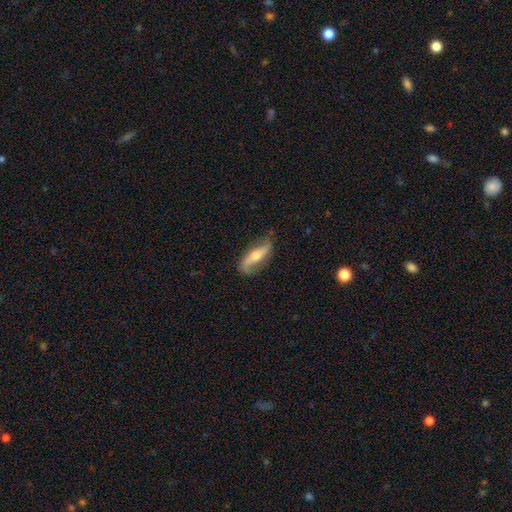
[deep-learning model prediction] featured or disk 59%, smooth 34%, star or artifact 7%. Down the decision tree: edge-on disk — no (64%); merging — none (69%).